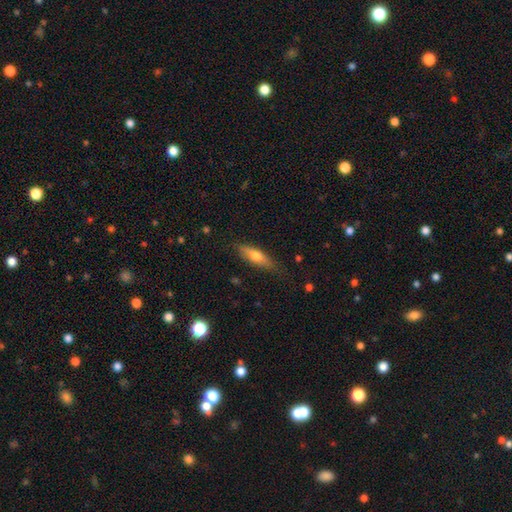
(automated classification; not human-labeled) Overall: smooth (63%; featured or disk 31%). How rounded: cigar-shaped (54%; in between 43%). Merging: none (78%).